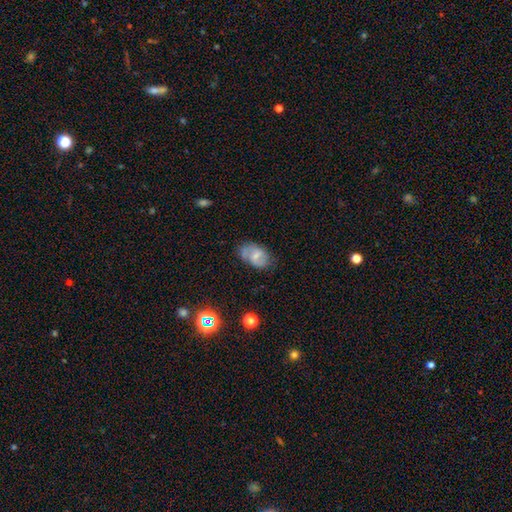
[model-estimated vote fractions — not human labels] A smooth galaxy with no disk features (47%).

Vote fractions:
- Smooth or featured? smooth: 47% / featured or disk: 44% / star or artifact: 9%
- Merging? none: 62% / minor disturbance: 26% / major disturbance: 9% / merger: 3%